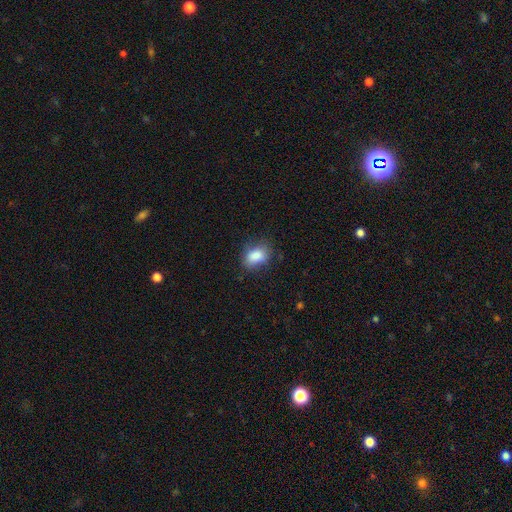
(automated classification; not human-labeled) A smooth galaxy with no disk features (85%) that is in between round and cigar-shaped (79%). Merging: none (71%).